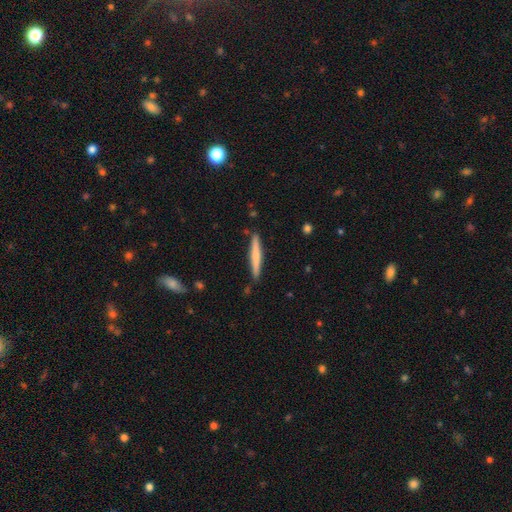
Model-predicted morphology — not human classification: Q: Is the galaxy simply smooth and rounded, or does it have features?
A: smooth — 60%.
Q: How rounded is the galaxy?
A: cigar-shaped — 95%.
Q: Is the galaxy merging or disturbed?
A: none — 87%.